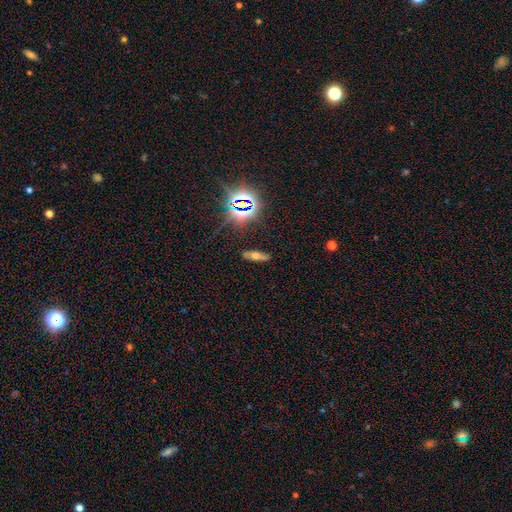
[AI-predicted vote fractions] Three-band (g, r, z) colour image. It shows a smooth galaxy with no disk features (40%). Merging: none (84%).